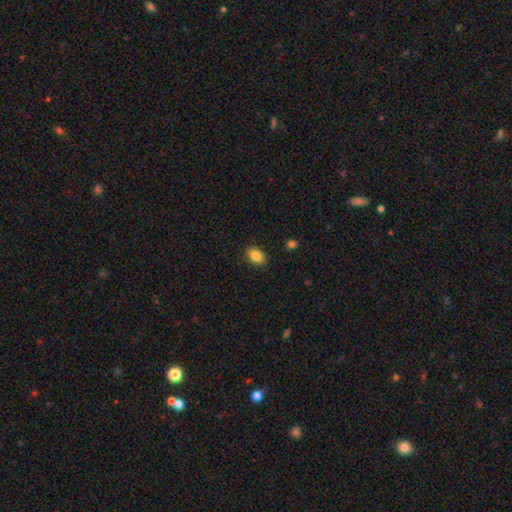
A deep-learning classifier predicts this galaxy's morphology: type=smooth (86%); roundness=in between (80%); merging=none (88%).